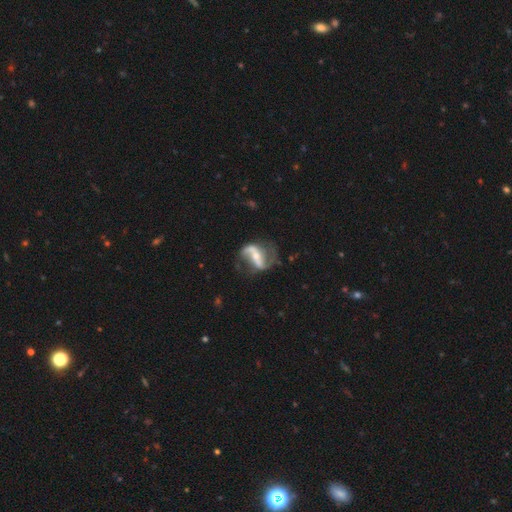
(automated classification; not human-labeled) Smooth or featured? Predicted: featured or disk (p=0.87). Edge-on disk? Predicted: no (p=0.96). Bar? Predicted: strong (p=0.51). Spiral arms? Predicted: yes (p=0.93). Spiral winding? Predicted: loose (p=0.64). Spiral arm count? Predicted: 2 (p=0.90). Bulge size? Predicted: moderate (p=0.48). Merging? Predicted: none (p=0.65).